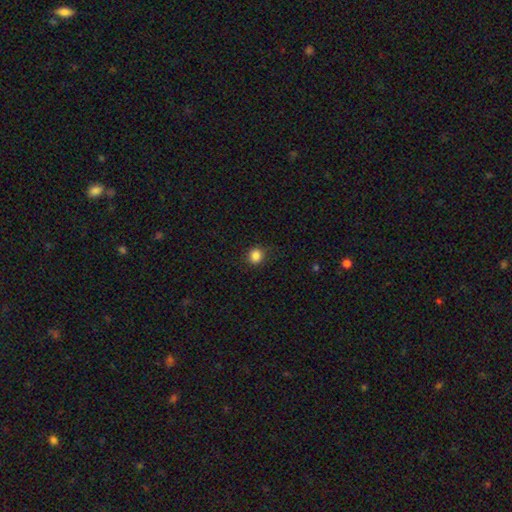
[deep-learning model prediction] smooth-or-featured: smooth: 85% | star or artifact: 11% | featured or disk: 4%
  how-rounded: round: 85% | in between: 15% | cigar-shaped: 1%
  merging: none: 85% | minor disturbance: 11% | major disturbance: 3% | merger: 1%